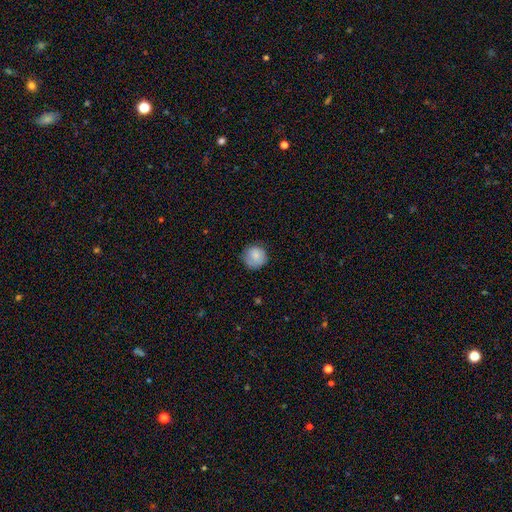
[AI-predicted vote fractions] smooth_or_featured: smooth (p=0.83) [alt: featured or disk p=0.09]
how_rounded: round (p=0.92) [alt: in between p=0.07]
merging: none (p=0.77) [alt: minor disturbance p=0.17]